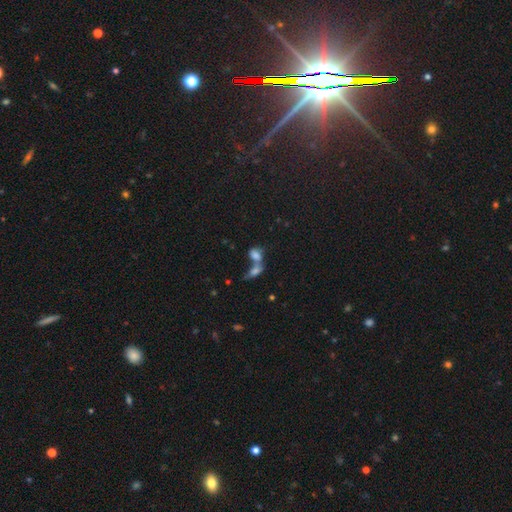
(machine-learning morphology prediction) smooth_or_featured: smooth (p=0.71) [alt: featured or disk p=0.16]
how_rounded: in between (p=0.77) [alt: round p=0.18]
merging: merger (p=0.69) [alt: none p=0.19]